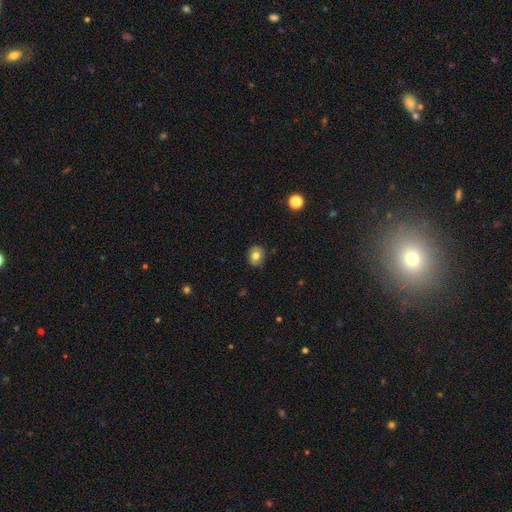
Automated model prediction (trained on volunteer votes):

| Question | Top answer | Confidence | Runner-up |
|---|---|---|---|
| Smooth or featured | smooth | 72% | featured or disk (18%) |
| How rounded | round | 67% | in between (32%) |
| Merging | none | 83% | minor disturbance (13%) |